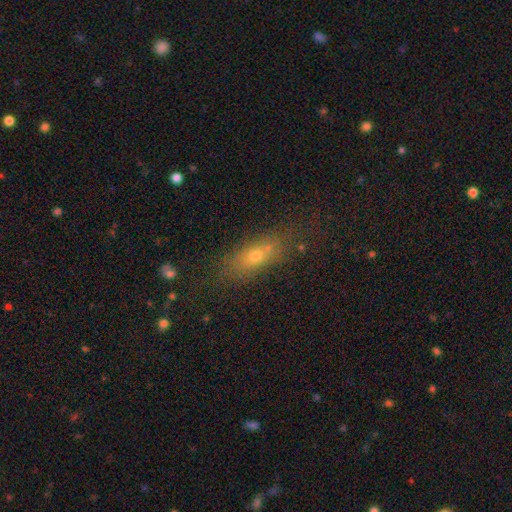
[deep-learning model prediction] This appears to be a smooth galaxy with no disk features (60%) that is in between round and cigar-shaped (49%). Merging: none (72%).